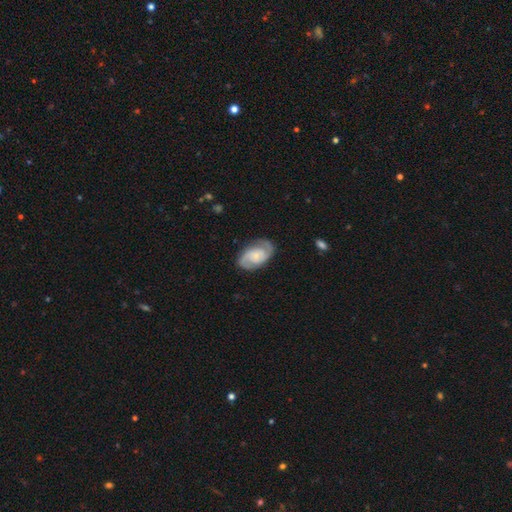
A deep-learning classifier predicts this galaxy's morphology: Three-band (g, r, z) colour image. It shows a featured or disk galaxy (84%) with no bar (61%), 2 (90%) medium (48%) spiral arms (97%) and a small central bulge (62%). Merging: none (81%).